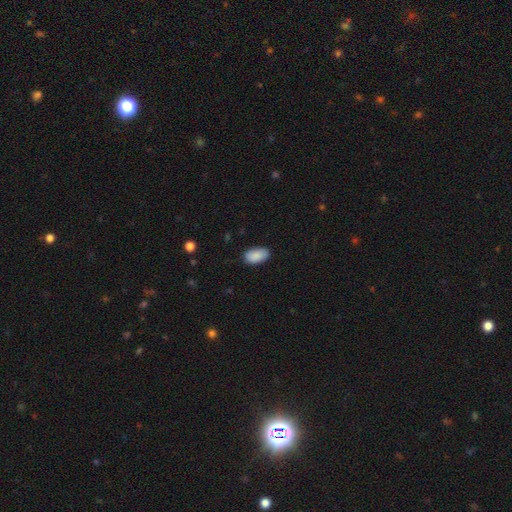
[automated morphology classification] Smooth or featured? Predicted: smooth (p=0.89). How rounded? Predicted: in between (p=0.95). Merging? Predicted: none (p=0.83).